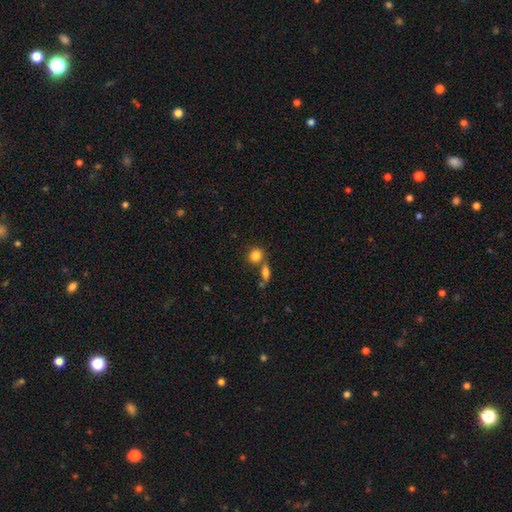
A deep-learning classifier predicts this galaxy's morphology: Overall: smooth (83%). How rounded: round (75%). Merging: none (56%; merger 30%).